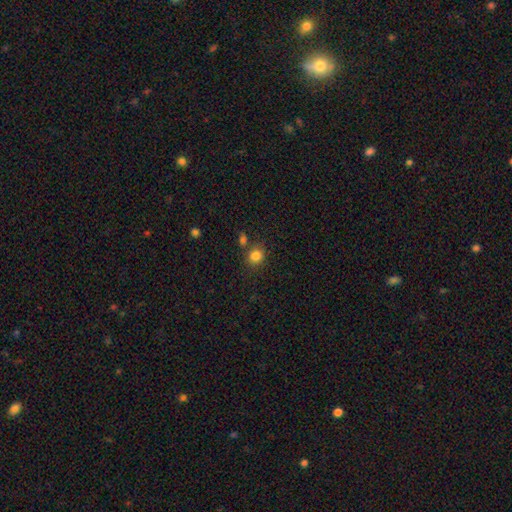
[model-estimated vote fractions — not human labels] Smooth or featured: smooth — 83% (star or artifact — 11%)
How rounded: round — 70% (in between — 29%)
Merging: none — 75% (minor disturbance — 11%)